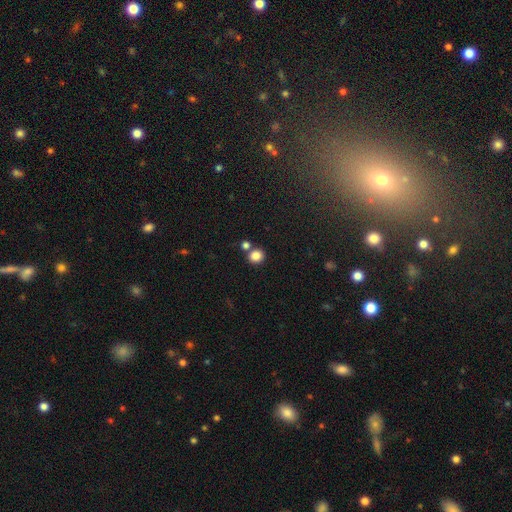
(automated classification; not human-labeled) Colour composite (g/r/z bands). It shows a smooth galaxy with no disk features (85%) that is round (83%). Merging: none (69%).